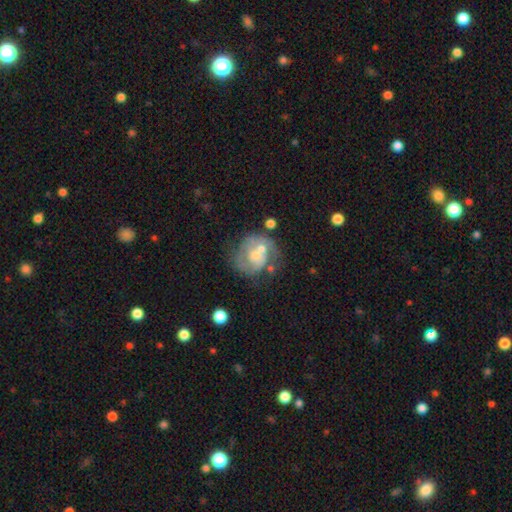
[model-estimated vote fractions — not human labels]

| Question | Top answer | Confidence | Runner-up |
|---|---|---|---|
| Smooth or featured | featured or disk | 64% | smooth (28%) |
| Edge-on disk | no | 98% | yes (2%) |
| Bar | no | 72% | weak (23%) |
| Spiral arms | yes | 64% | no (36%) |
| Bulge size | moderate | 46% | small (39%) |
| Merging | none | 41% | minor disturbance (21%) |